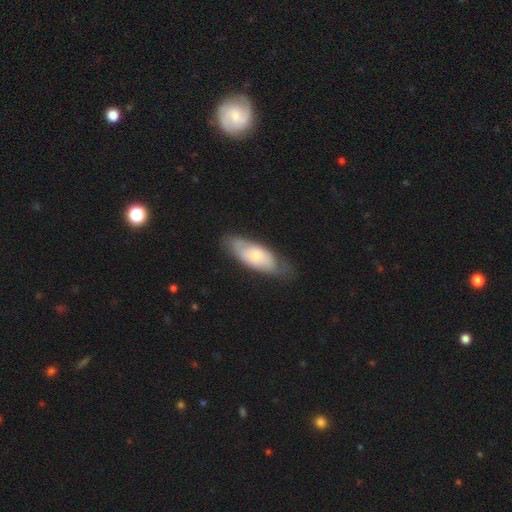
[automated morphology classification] Smooth or featured?
  - smooth: 54% *
  - featured or disk: 40%
  - star or artifact: 6%
How rounded?
  - in between: 77% *
  - cigar-shaped: 20%
  - round: 2%
Merging?
  - none: 68% *
  - minor disturbance: 24%
  - major disturbance: 7%
  - merger: 2%